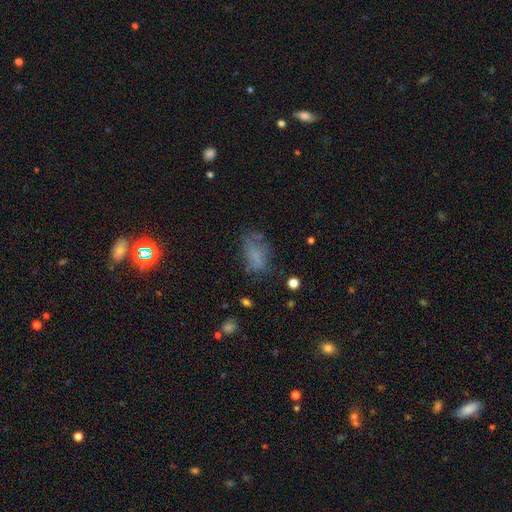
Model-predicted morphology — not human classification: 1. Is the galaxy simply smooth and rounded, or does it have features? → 59% smooth, 21% featured or disk, 20% star or artifact.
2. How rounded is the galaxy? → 84% in between, 10% round, 6% cigar-shaped.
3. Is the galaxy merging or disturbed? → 45% none, 27% minor disturbance, 24% major disturbance, 4% merger.